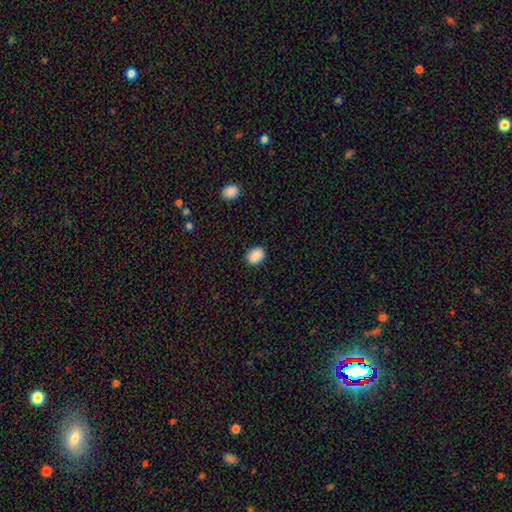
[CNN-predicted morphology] This is clearly a smooth galaxy (90%). How rounded: likely in between (67%). Merging: clearly none (89%).